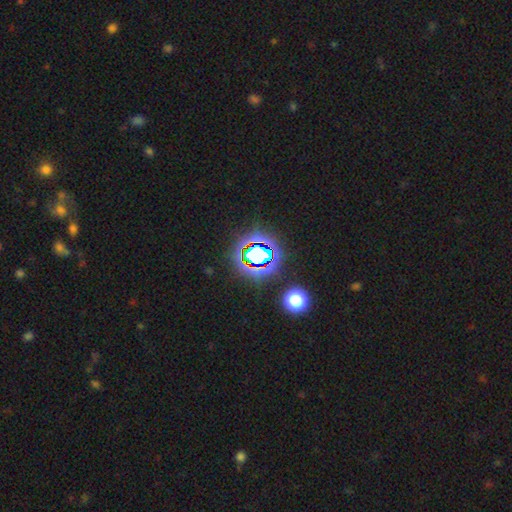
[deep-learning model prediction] Morphology: type=star or artifact (68%).